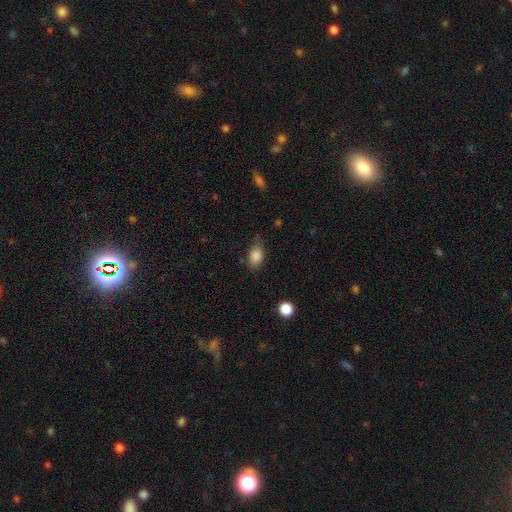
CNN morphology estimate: smooth 85%, star or artifact 9%, featured or disk 6%. Down the decision tree: how rounded — in between (80%); merging — none (58%).